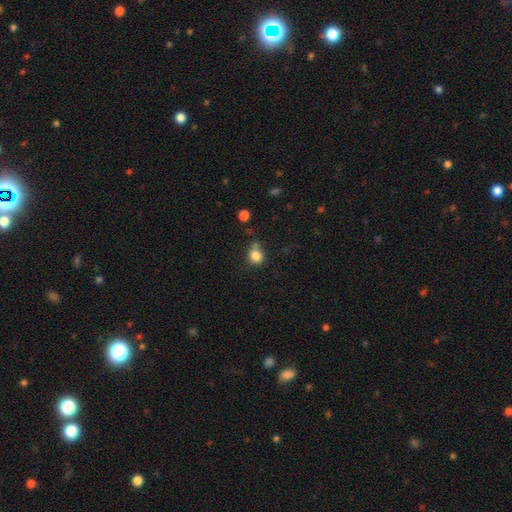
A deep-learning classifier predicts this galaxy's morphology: Smooth or featured: smooth — 83% (star or artifact — 11%)
How rounded: round — 81% (in between — 18%)
Merging: none — 59% (minor disturbance — 23%)